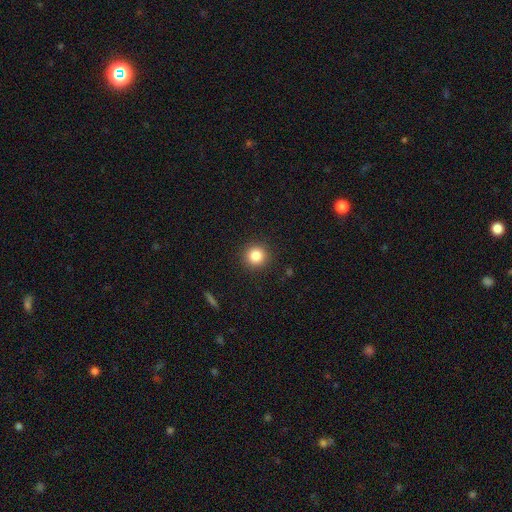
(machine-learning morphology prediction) Overall: smooth (84%). How rounded: round (94%). Merging: none (92%).